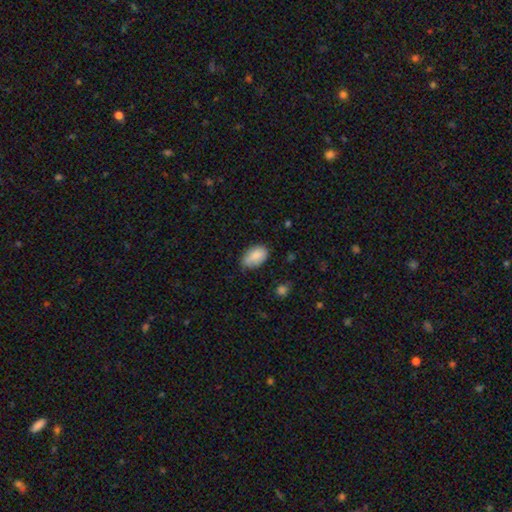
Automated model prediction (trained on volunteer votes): smooth-or-featured: smooth: 85% | featured or disk: 8% | star or artifact: 7%
  how-rounded: in between: 92% | round: 7% | cigar-shaped: 2%
  merging: none: 67% | minor disturbance: 27% | major disturbance: 5% | merger: 2%